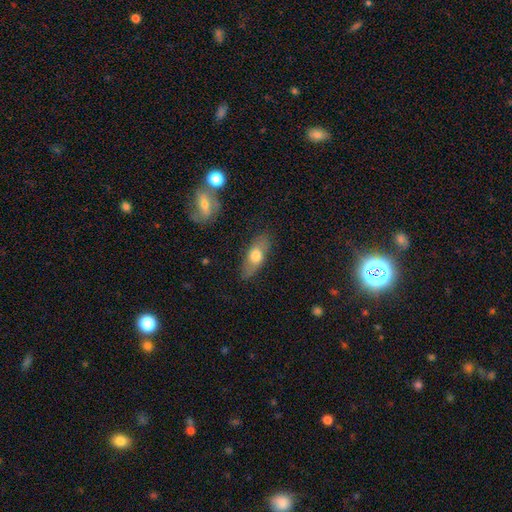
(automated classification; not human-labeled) Smooth or featured?
  - smooth: 63% *
  - featured or disk: 31%
  - star or artifact: 7%
How rounded?
  - in between: 68% *
  - cigar-shaped: 27%
  - round: 5%
Merging?
  - none: 81% *
  - minor disturbance: 14%
  - major disturbance: 3%
  - merger: 2%